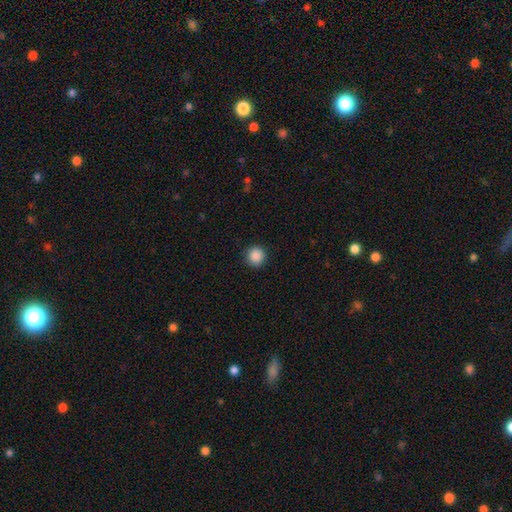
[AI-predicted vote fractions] Smooth or featured? Predicted: smooth (p=0.88). How rounded? Predicted: round (p=0.94). Merging? Predicted: none (p=0.91).